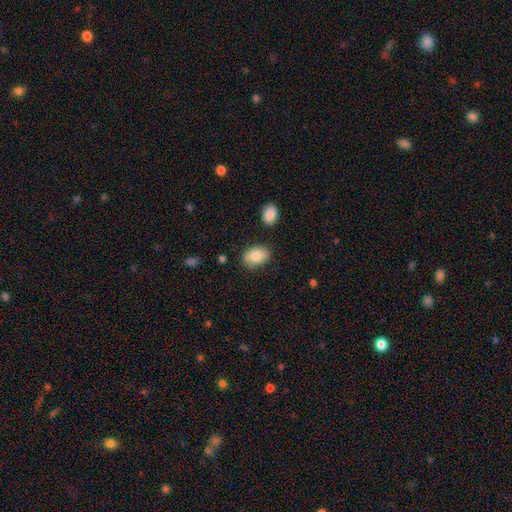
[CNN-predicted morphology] smooth_or_featured: smooth (p=0.81) [alt: featured or disk p=0.12]
how_rounded: in between (p=0.84) [alt: round p=0.15]
merging: none (p=0.80) [alt: minor disturbance p=0.14]